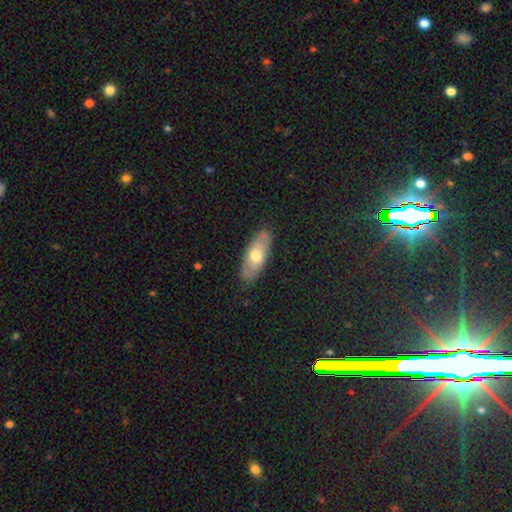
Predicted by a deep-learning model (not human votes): Morphology: type=smooth (59%); roundness=in between (79%); merging=none (84%).